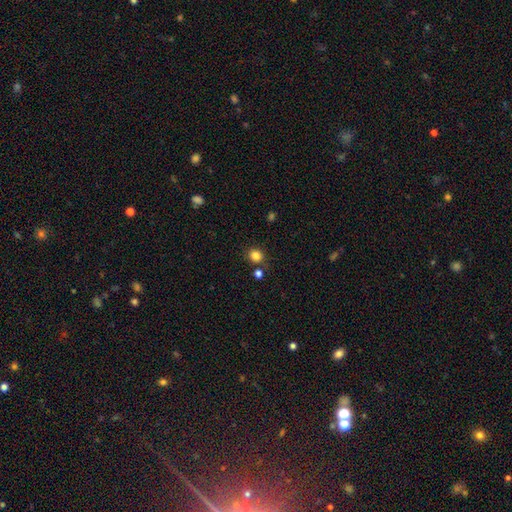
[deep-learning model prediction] smooth_or_featured: smooth (p=0.83) [alt: star or artifact p=0.12]
how_rounded: round (p=0.81) [alt: in between p=0.18]
merging: none (p=0.78) [alt: minor disturbance p=0.10]